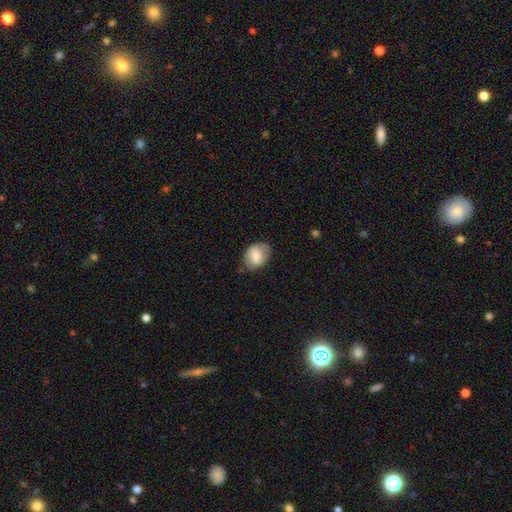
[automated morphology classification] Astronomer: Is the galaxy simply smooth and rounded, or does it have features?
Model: smooth — 68%.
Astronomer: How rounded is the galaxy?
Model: in between — 67%.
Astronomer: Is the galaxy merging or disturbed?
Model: none — 70%.